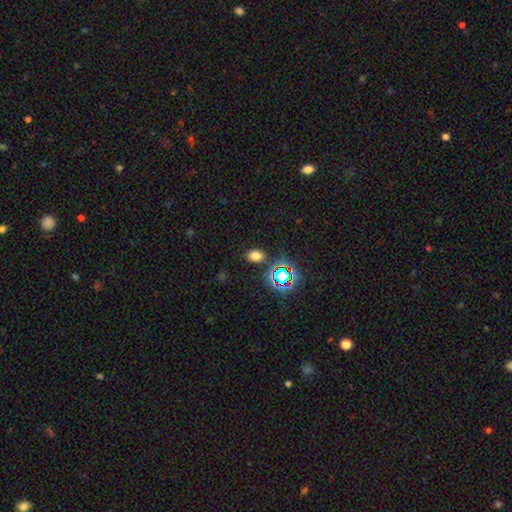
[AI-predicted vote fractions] Smooth or featured: smooth — 70% (star or artifact — 22%)
How rounded: in between — 75% (round — 24%)
Merging: none — 85% (minor disturbance — 9%)